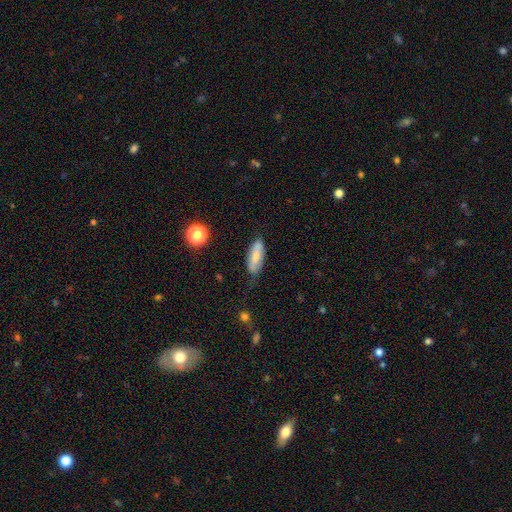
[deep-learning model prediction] Morphology: type=smooth (68%); roundness=in between (71%); merging=none (64%).